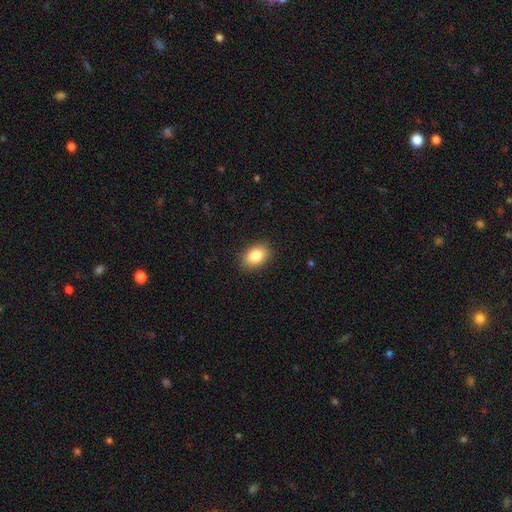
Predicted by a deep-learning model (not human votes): smooth 84%, star or artifact 8%, featured or disk 8%. Down the decision tree: how rounded — in between (83%); merging — none (88%).